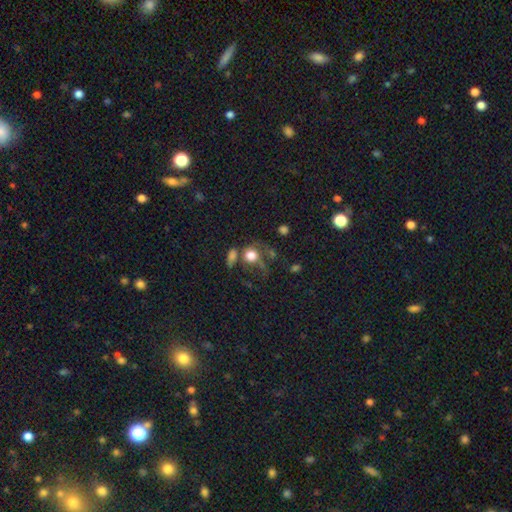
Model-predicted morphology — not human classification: A smooth galaxy with no disk features (46%).

Vote fractions:
- Smooth or featured? smooth: 46% / star or artifact: 32% / featured or disk: 22%
- Merging? none: 42% / merger: 27% / major disturbance: 17% / minor disturbance: 14%